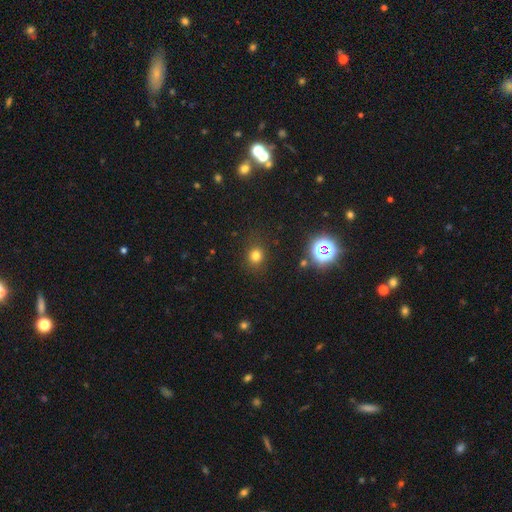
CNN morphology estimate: smooth-or-featured: smooth: 76% | star or artifact: 19% | featured or disk: 6%
  how-rounded: round: 80% | in between: 19% | cigar-shaped: 1%
  merging: none: 86% | minor disturbance: 9% | major disturbance: 4% | merger: 2%